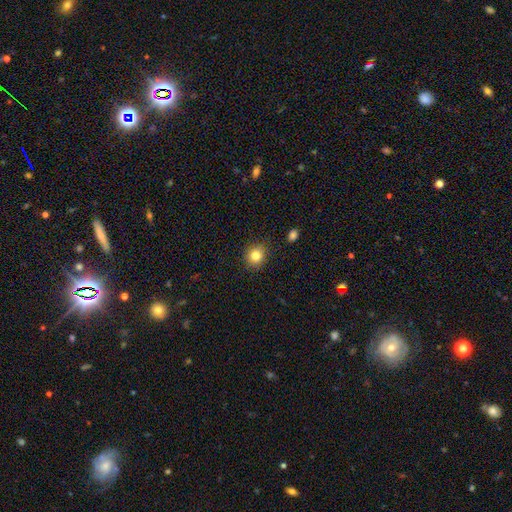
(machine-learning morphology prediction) Smooth or featured? Predicted: smooth (p=0.83). How rounded? Predicted: round (p=0.85). Merging? Predicted: none (p=0.88).